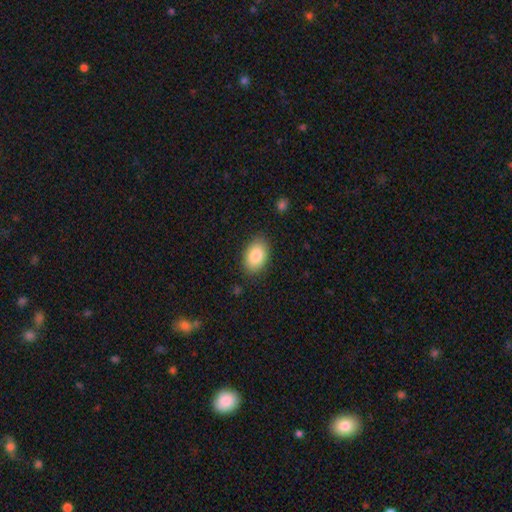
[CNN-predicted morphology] This is clearly a smooth galaxy (86%). How rounded: clearly in between (89%). Merging: clearly none (85%).